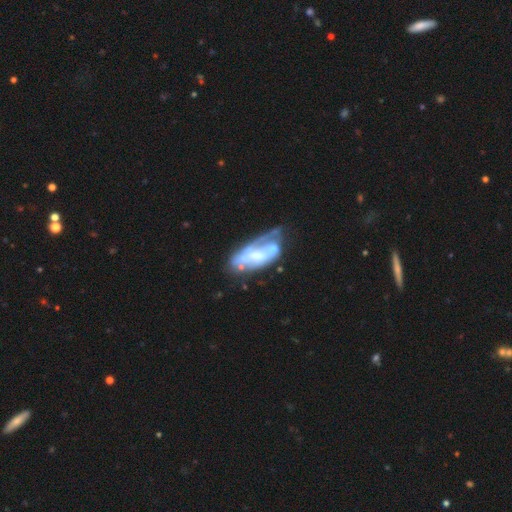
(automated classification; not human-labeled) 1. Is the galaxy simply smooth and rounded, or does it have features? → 67% featured or disk, 25% smooth, 9% star or artifact.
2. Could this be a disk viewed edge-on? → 89% no, 11% yes.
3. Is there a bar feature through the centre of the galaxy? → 58% no, 28% weak, 15% strong.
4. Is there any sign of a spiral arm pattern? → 55% yes, 45% no.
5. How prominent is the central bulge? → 39% small, 32% moderate, 21% none, 7% large, 2% dominant.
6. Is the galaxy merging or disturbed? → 37% none, 26% major disturbance, 25% minor disturbance, 12% merger.